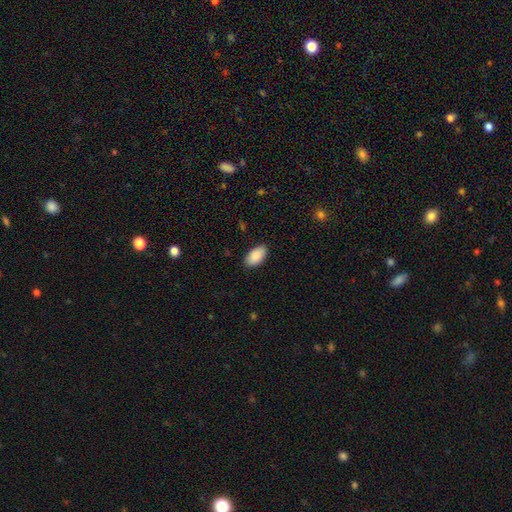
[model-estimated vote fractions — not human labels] A smooth galaxy with no disk features (87%) that is in between round and cigar-shaped (95%).

Vote fractions:
- Smooth or featured? smooth: 87% / star or artifact: 6% / featured or disk: 6%
- How rounded? in between: 95% / round: 3% / cigar-shaped: 2%
- Merging? none: 87% / minor disturbance: 10% / major disturbance: 2% / merger: 1%